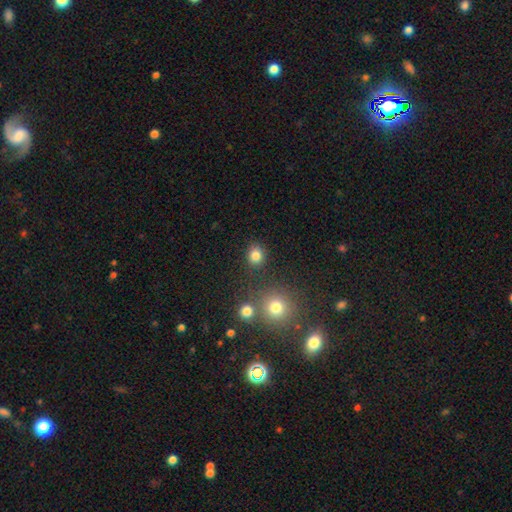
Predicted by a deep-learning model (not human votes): This appears to be a smooth galaxy with no disk features (82%) that is round (76%). Merging: none (84%).